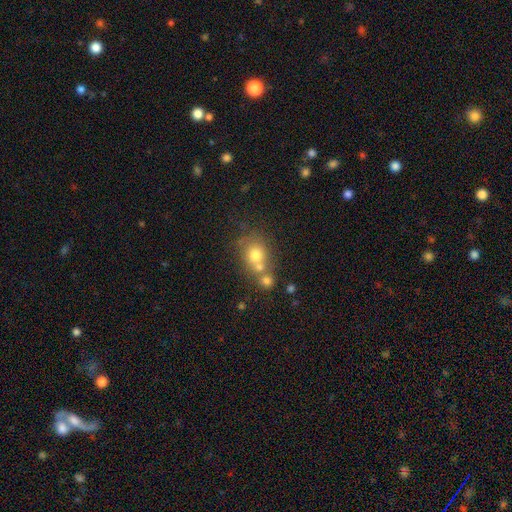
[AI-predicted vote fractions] Morphology: type=smooth (68%); roundness=round (74%); merging=none (44%).